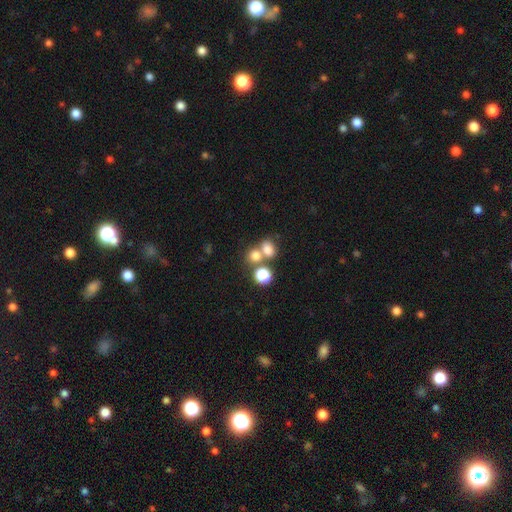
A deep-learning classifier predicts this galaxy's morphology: smooth_or_featured: smooth (p=0.74) [alt: star or artifact p=0.16]
how_rounded: round (p=0.67) [alt: in between p=0.32]
merging: none (p=0.44) [tied with: merger p=0.44]